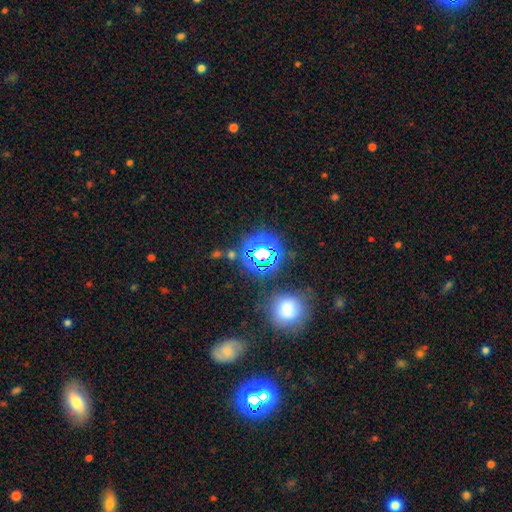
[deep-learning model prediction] The model was most divided on "smooth or featured": star or artifact: 71%, smooth: 21%, featured or disk: 8%.